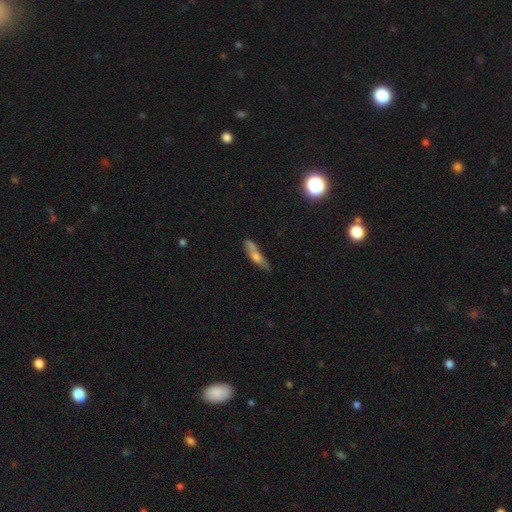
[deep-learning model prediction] Smooth or featured?
  - smooth: 47% *
  - featured or disk: 43%
  - star or artifact: 10%
Merging?
  - none: 60% *
  - minor disturbance: 22%
  - merger: 11%
  - major disturbance: 8%